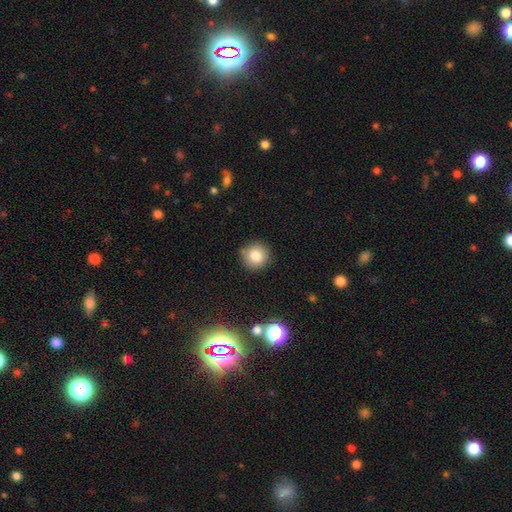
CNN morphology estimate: Smooth or featured? smooth (83%)
How rounded? round (92%)
Merging? none (84%)